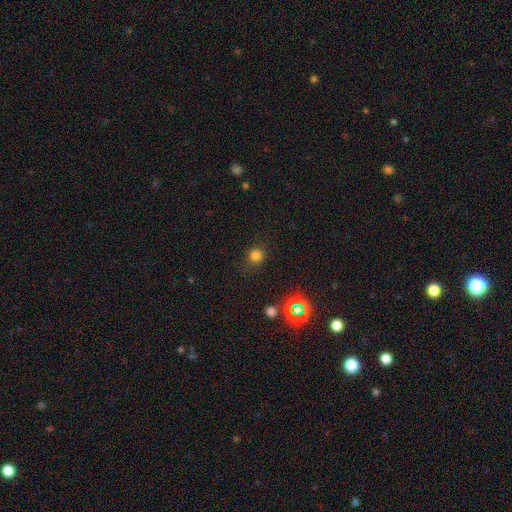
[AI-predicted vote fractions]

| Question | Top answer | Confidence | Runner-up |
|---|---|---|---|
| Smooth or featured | smooth | 77% | star or artifact (18%) |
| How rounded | round | 93% | in between (6%) |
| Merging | none | 86% | minor disturbance (9%) |